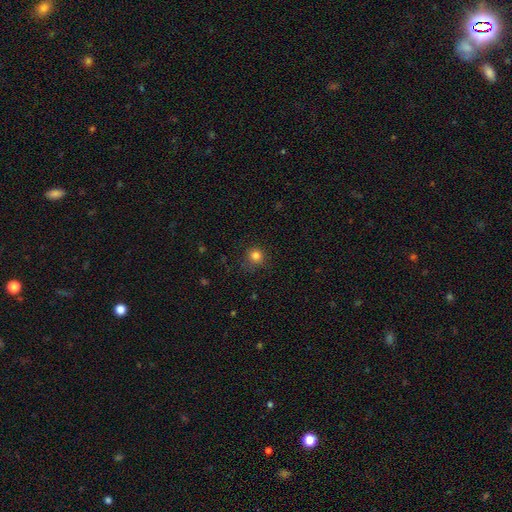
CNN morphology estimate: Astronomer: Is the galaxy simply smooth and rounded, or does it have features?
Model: smooth — 82%.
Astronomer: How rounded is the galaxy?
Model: round — 91%.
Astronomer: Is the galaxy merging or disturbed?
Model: none — 81%.